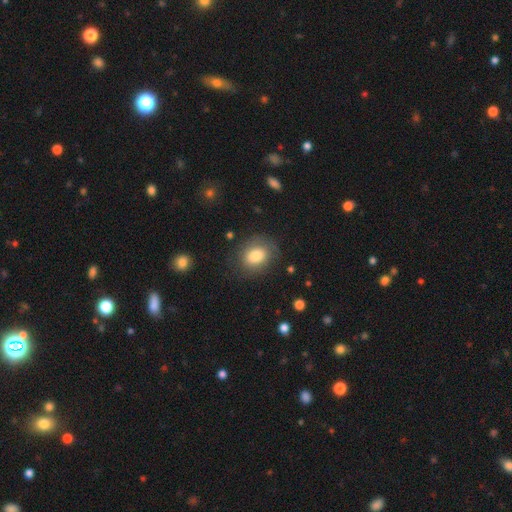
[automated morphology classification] A smooth galaxy with no disk features (78%) that is in between round and cigar-shaped (52%).

Vote fractions:
- Smooth or featured? smooth: 78% / featured or disk: 14% / star or artifact: 8%
- How rounded? in between: 52% / round: 47% / cigar-shaped: 1%
- Merging? none: 75% / minor disturbance: 16% / major disturbance: 7% / merger: 2%